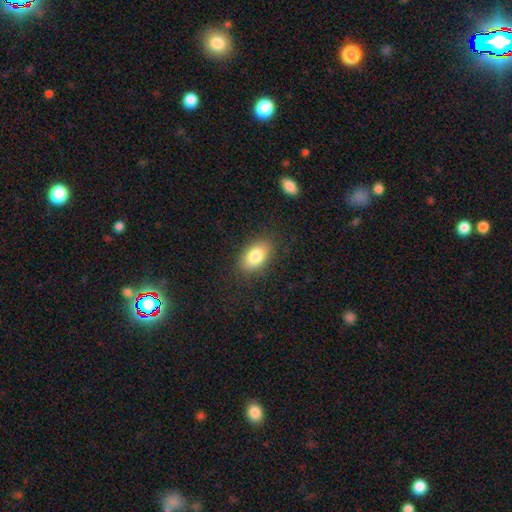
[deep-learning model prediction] This is clearly a smooth galaxy (82%). How rounded: clearly in between (90%). Merging: clearly none (84%).